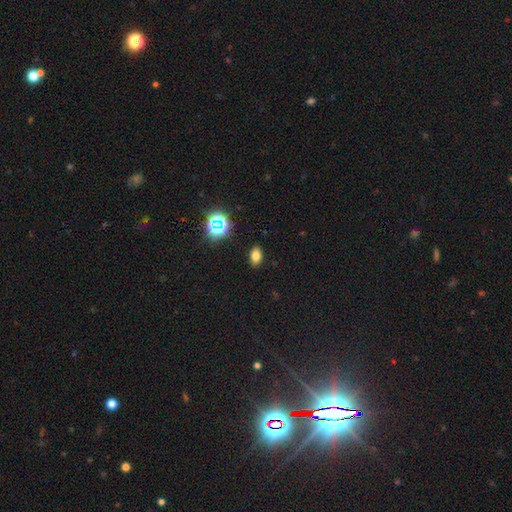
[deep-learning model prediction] Overall: smooth (74%). How rounded: in between (87%). Merging: none (89%).